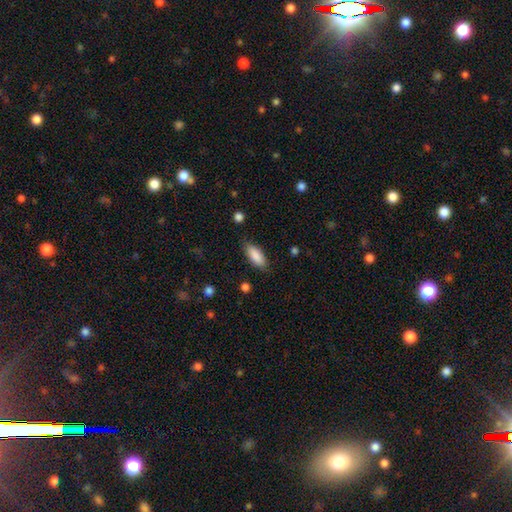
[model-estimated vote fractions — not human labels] This appears to be a smooth galaxy with no disk features (88%) that is in between round and cigar-shaped (80%). Merging: none (84%).